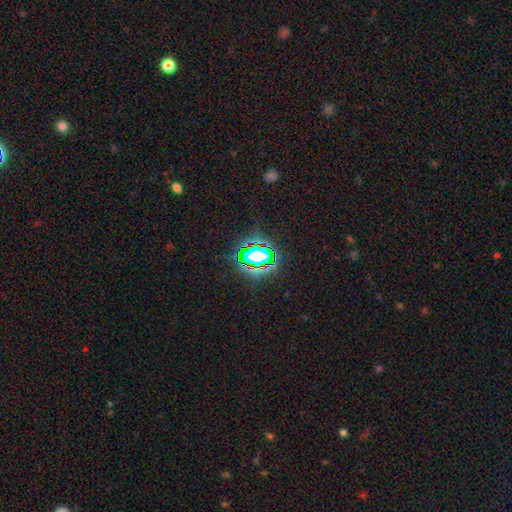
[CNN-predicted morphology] This is likely a star or artifact rather than a galaxy (68%).